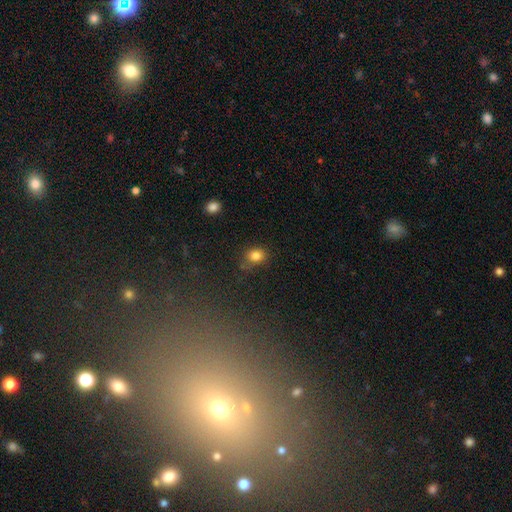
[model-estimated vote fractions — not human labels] Overall: smooth (83%). How rounded: round (53%; in between 46%). Merging: none (71%).